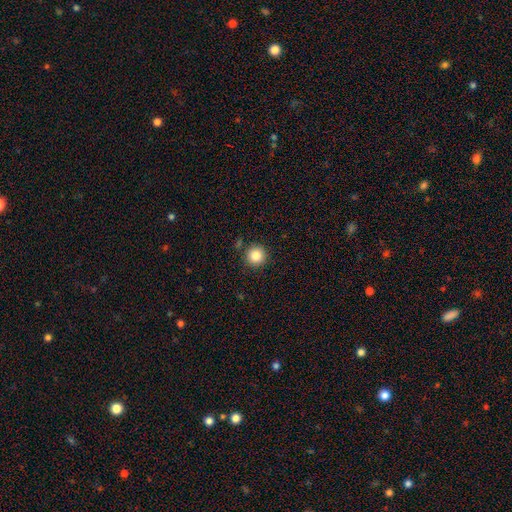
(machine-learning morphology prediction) smooth-or-featured: smooth: 85% | star or artifact: 10% | featured or disk: 5%
  how-rounded: round: 95% | in between: 4% | cigar-shaped: 1%
  merging: none: 88% | minor disturbance: 7% | merger: 3% | major disturbance: 2%